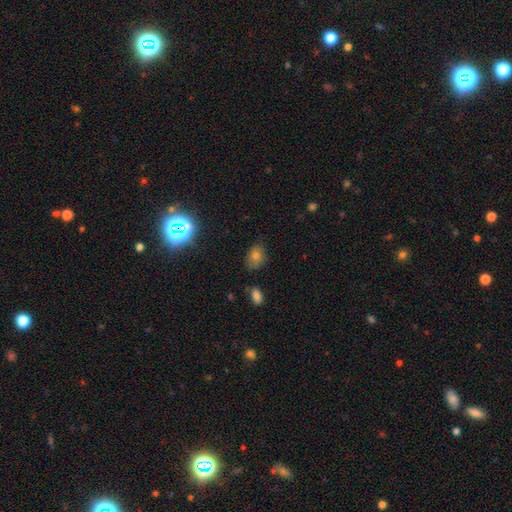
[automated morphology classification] smooth_or_featured: smooth (p=0.68) [alt: star or artifact p=0.22]
how_rounded: in between (p=0.72) [alt: round p=0.27]
merging: none (p=0.74) [alt: minor disturbance p=0.20]